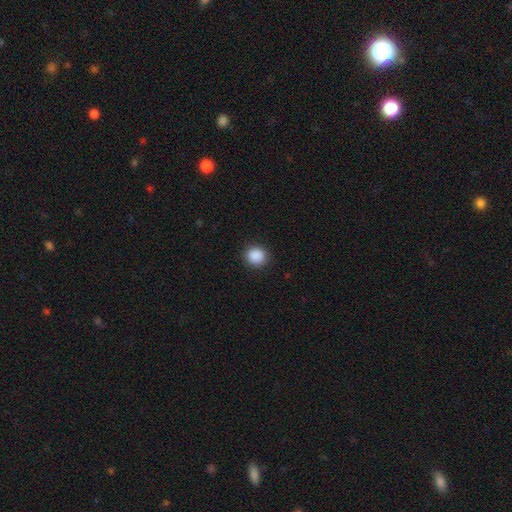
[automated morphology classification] The model was most divided on "how rounded": round: 88%, in between: 11%, cigar-shaped: 1%. More confident: merging — none (91%); smooth or featured — smooth (89%).